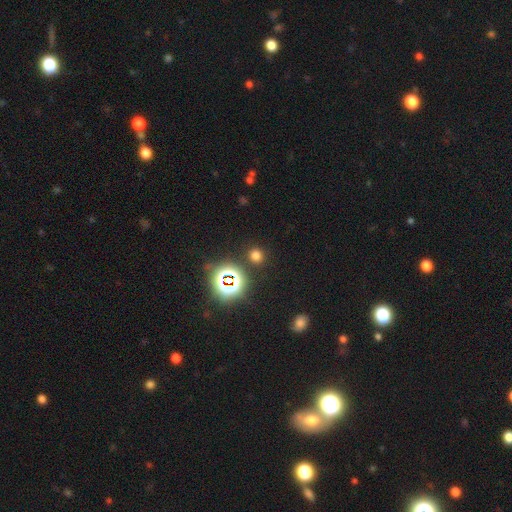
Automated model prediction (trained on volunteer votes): A smooth galaxy with no disk features (66%) that is round (84%).

Vote fractions:
- Smooth or featured? smooth: 66% / star or artifact: 28% / featured or disk: 6%
- How rounded? round: 84% / in between: 15% / cigar-shaped: 1%
- Merging? none: 87% / minor disturbance: 7% / merger: 3% / major disturbance: 3%